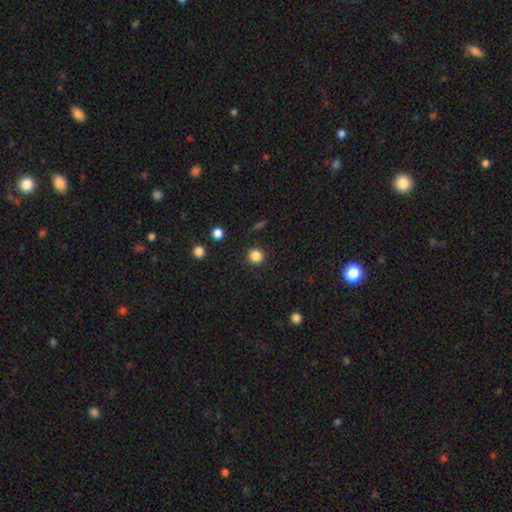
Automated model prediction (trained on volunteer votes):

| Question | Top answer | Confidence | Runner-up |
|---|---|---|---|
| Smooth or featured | smooth | 85% | star or artifact (12%) |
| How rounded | round | 93% | in between (6%) |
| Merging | none | 90% | minor disturbance (6%) |